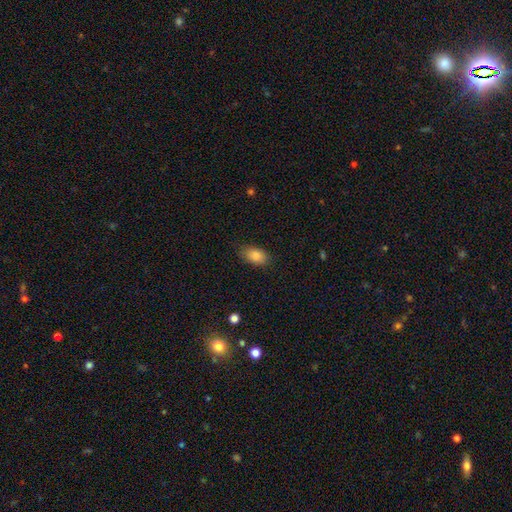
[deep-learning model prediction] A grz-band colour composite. It shows a smooth galaxy with no disk features (87%) that is in between round and cigar-shaped (91%). Merging: none (80%).